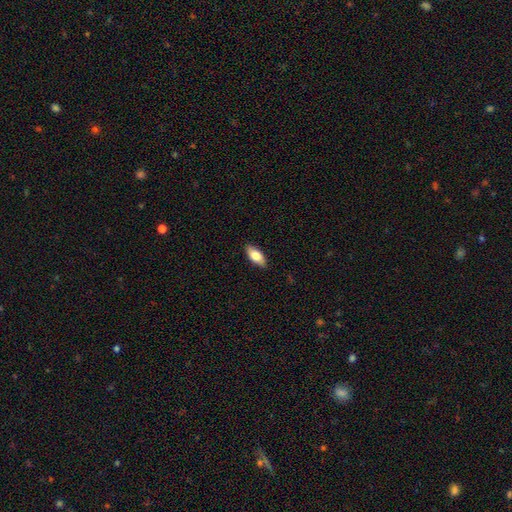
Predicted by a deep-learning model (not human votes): Morphology: type=smooth (77%); roundness=in between (88%); merging=none (88%).